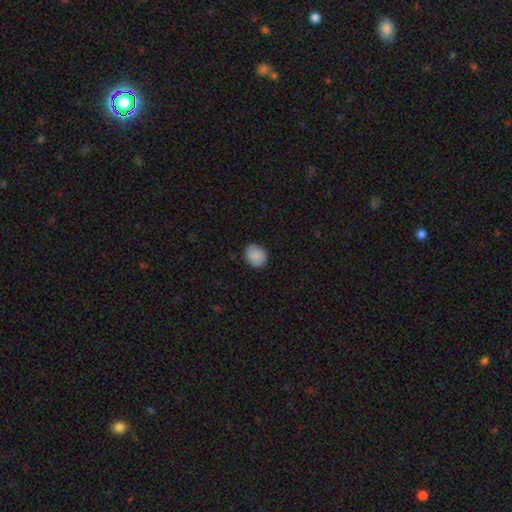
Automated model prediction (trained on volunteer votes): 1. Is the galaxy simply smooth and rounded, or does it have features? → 89% smooth, 7% star or artifact, 4% featured or disk.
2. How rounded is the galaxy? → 73% round, 26% in between, 1% cigar-shaped.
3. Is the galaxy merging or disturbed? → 86% none, 11% minor disturbance, 2% major disturbance, 1% merger.